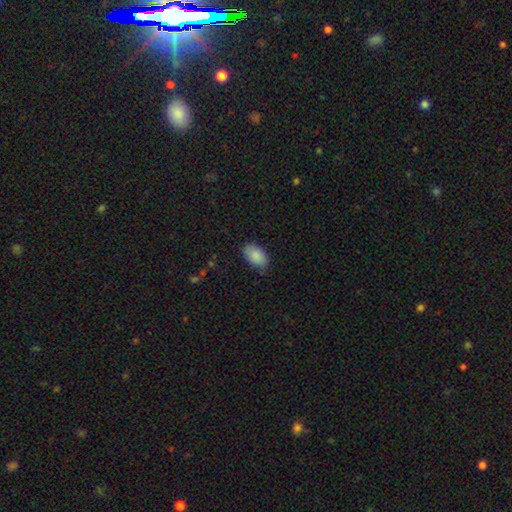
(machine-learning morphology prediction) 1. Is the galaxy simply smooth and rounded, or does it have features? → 88% smooth, 6% star or artifact, 6% featured or disk.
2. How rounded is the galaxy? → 94% in between, 5% round, 1% cigar-shaped.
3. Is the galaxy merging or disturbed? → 79% none, 17% minor disturbance, 3% major disturbance, 1% merger.